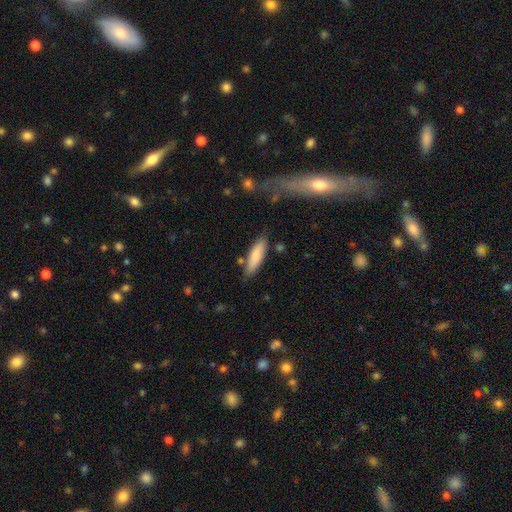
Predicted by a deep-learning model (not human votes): A smooth galaxy with no disk features (80%) that is cigar-shaped (56%). Merging: none (77%).